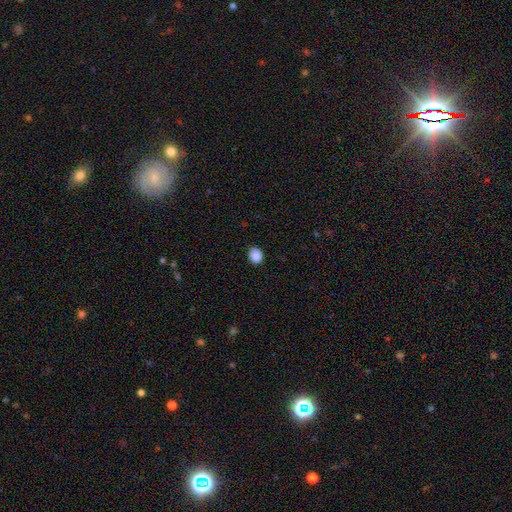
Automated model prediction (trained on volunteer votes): Morphology: type=smooth (89%); roundness=round (51%); merging=none (89%).